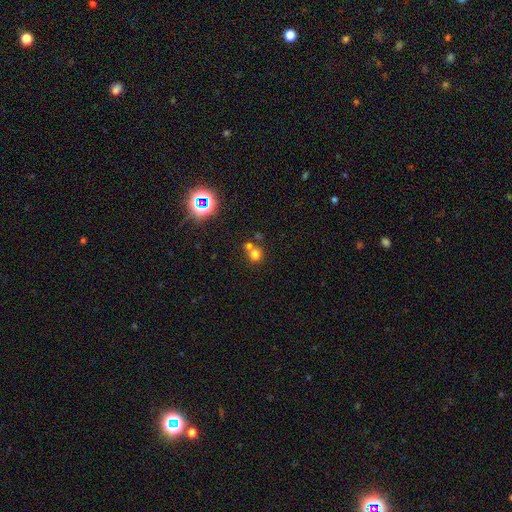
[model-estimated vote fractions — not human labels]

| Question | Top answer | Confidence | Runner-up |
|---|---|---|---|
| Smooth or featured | smooth | 70% | star or artifact (20%) |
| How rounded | round | 83% | in between (16%) |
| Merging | none | 52% | merger (36%) |